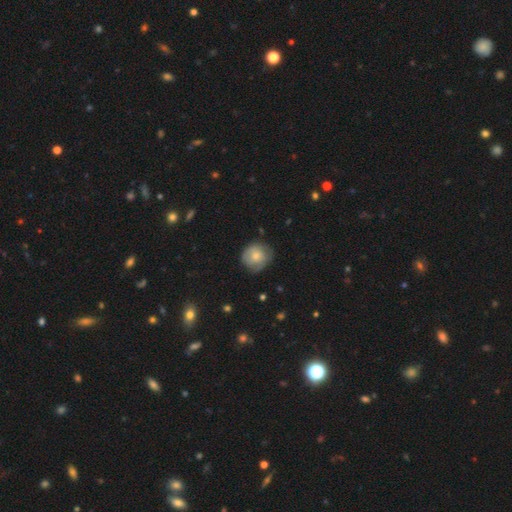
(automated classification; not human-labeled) The model was most divided on "merging": none: 69%, minor disturbance: 24%, major disturbance: 6%, merger: 1%. More confident: how rounded — round (87%); smooth or featured — smooth (71%).